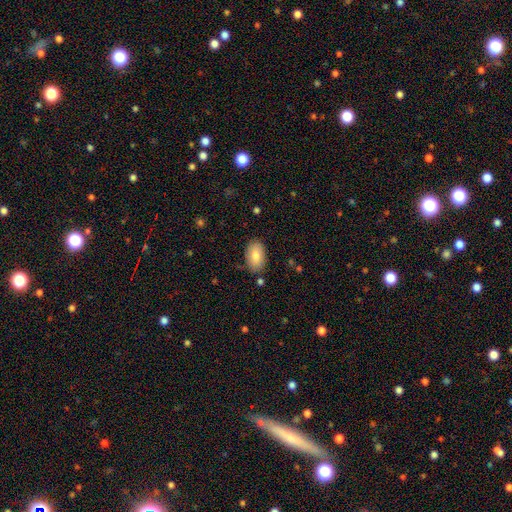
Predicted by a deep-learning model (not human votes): Smooth or featured: smooth — 82% (featured or disk — 12%)
How rounded: in between — 93% (round — 5%)
Merging: none — 82% (minor disturbance — 13%)